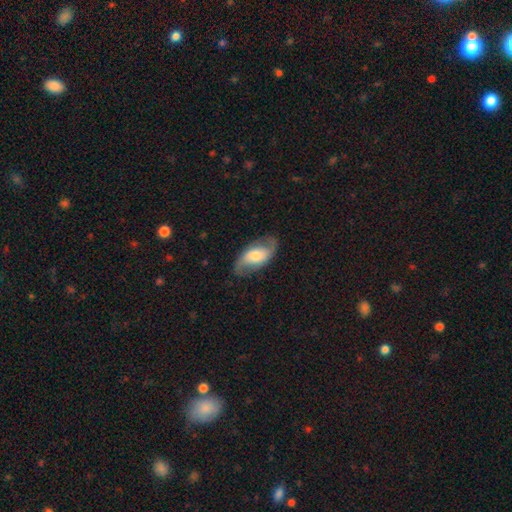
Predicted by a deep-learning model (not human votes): Overall: featured or disk (59%; smooth 35%). Edge-on disk: no (92%). Bar: no (57%; weak 31%). Spiral arms: yes (82%). Bulge size: moderate (53%; small 25%). Merging: none (77%).